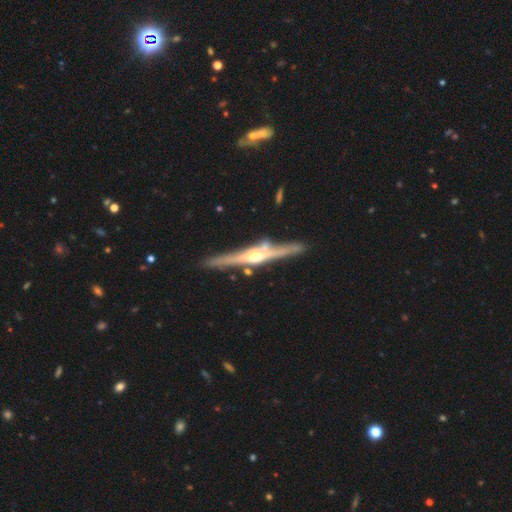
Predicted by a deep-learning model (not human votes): Smooth or featured: featured or disk — 83% (smooth — 12%)
Edge-on disk: yes — 97% (no — 3%)
Edge-on bulge: rounded — 89% (boxy — 6%)
Merging: none — 81% (minor disturbance — 11%)